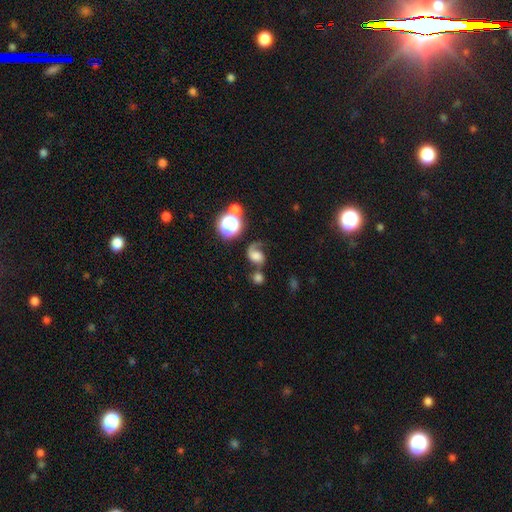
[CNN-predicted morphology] The model was most divided on "smooth or featured": featured or disk: 45%, smooth: 40%, star or artifact: 14%. Remaining: merging — none (37%).